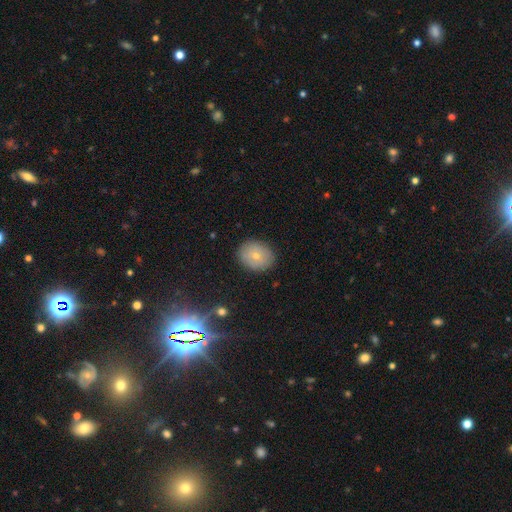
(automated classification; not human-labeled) Overall: smooth (72%). How rounded: round (62%; in between 38%). Merging: none (87%).